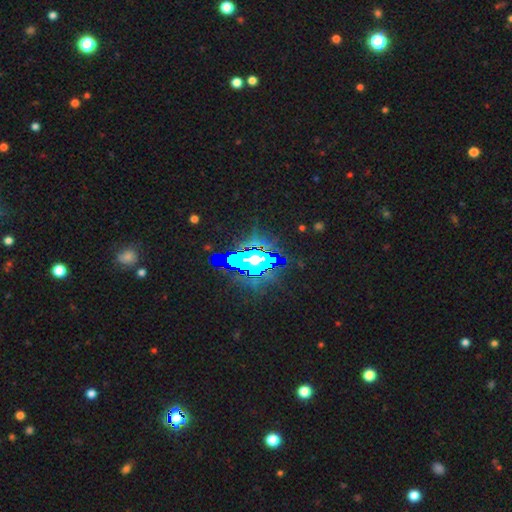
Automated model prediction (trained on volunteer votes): A star or artifact, not a galaxy (68%).

Vote fractions:
- Smooth or featured? star or artifact: 68% / smooth: 16% / featured or disk: 16%